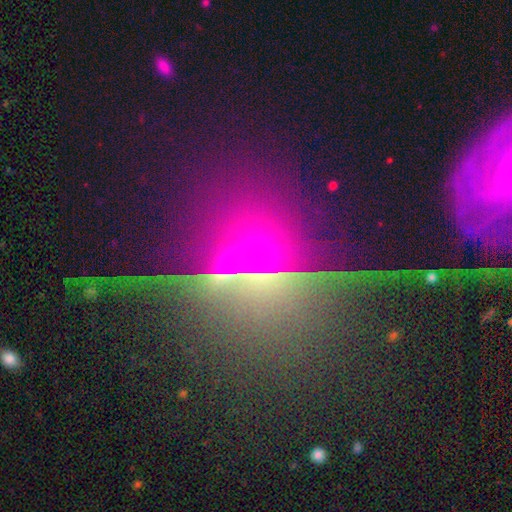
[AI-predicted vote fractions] star or artifact 49%, smooth 35%, featured or disk 17%.